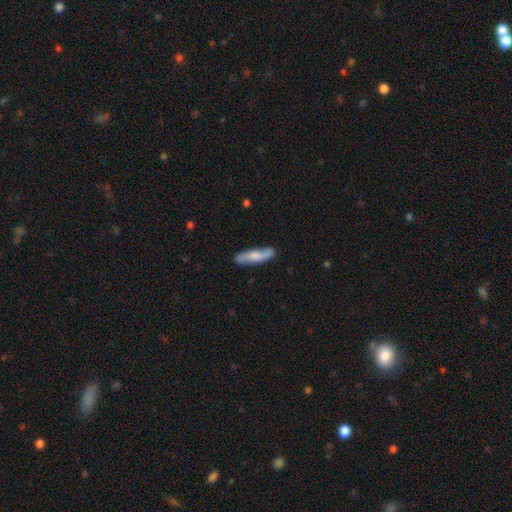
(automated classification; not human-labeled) smooth_or_featured: smooth (p=0.58) [alt: featured or disk p=0.37]
how_rounded: cigar-shaped (p=0.75) [alt: in between p=0.23]
merging: none (p=0.82) [alt: minor disturbance p=0.14]